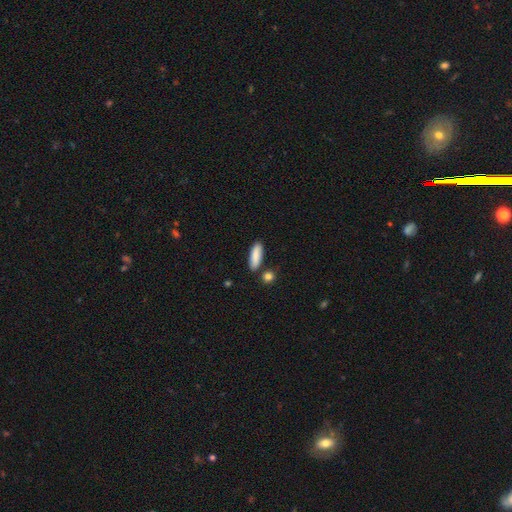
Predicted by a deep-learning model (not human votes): The model was most divided on "how rounded": in between: 51%, cigar-shaped: 47%, round: 2%. More confident: smooth or featured — smooth (87%); merging — none (82%).